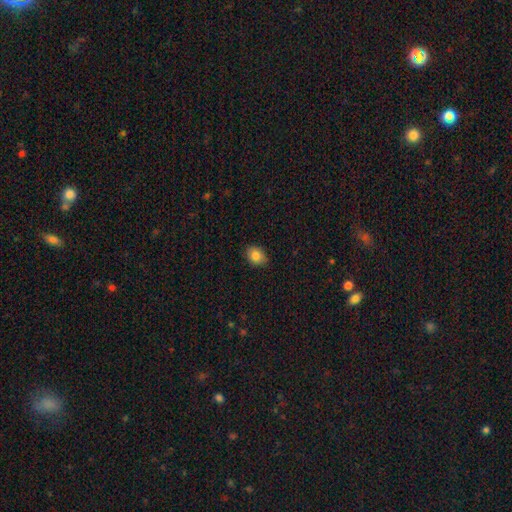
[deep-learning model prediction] smooth-or-featured: smooth: 84% | star or artifact: 9% | featured or disk: 7%
  how-rounded: in between: 55% | round: 44% | cigar-shaped: 1%
  merging: none: 86% | minor disturbance: 11% | major disturbance: 2% | merger: 1%